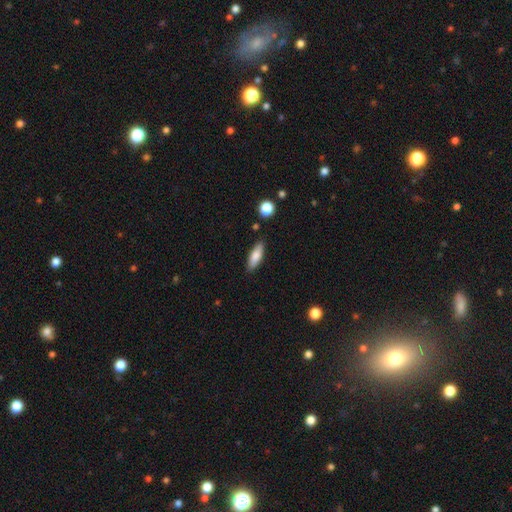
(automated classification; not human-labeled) This is likely a smooth galaxy (78%). How rounded: possibly in between (51%). Merging: clearly none (84%).